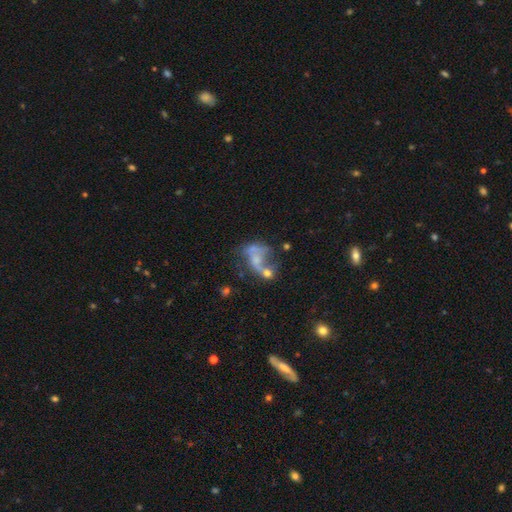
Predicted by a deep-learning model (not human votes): smooth-or-featured: featured or disk: 54% | smooth: 30% | star or artifact: 15%
  disk-edge-on: no: 98% | yes: 2%
    bar: no: 81% | weak: 15% | strong: 4%
    has-spiral-arms: no: 69% | yes: 31%
    bulge-size: none: 54% | small: 23% | moderate: 17% | large: 4% | dominant: 2%
  merging: merger: 41% | major disturbance: 28% | none: 20% | minor disturbance: 11%